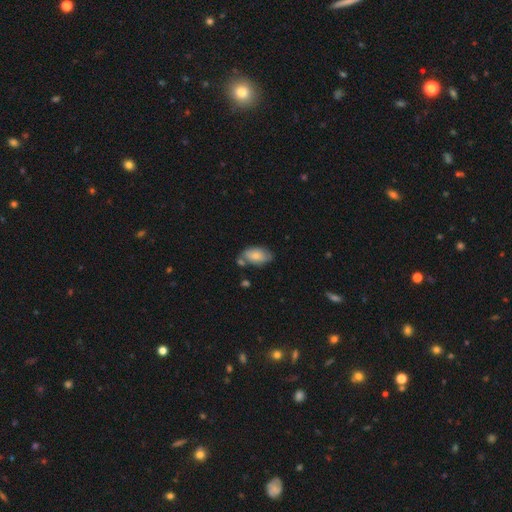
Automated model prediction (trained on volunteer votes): Morphology: type=smooth (73%); roundness=in between (93%); merging=none (56%).